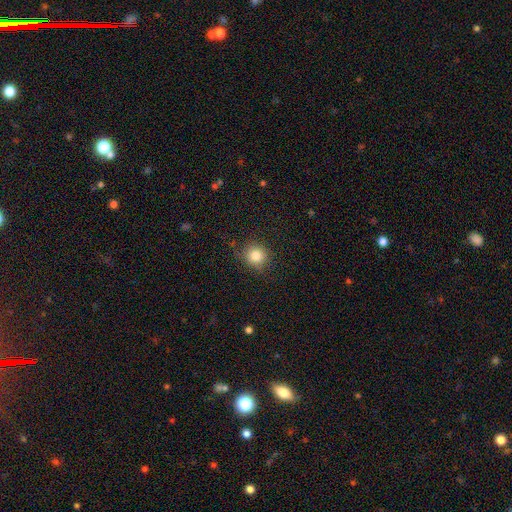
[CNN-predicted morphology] smooth_or_featured: smooth (p=0.83) [alt: star or artifact p=0.11]
how_rounded: round (p=0.90) [alt: in between p=0.09]
merging: none (p=0.83) [alt: minor disturbance p=0.13]